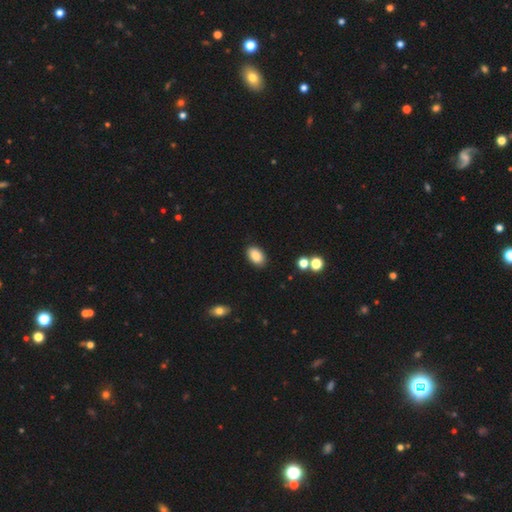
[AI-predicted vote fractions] Smooth or featured: smooth — 87% (star or artifact — 8%)
How rounded: in between — 91% (round — 8%)
Merging: none — 88% (minor disturbance — 8%)